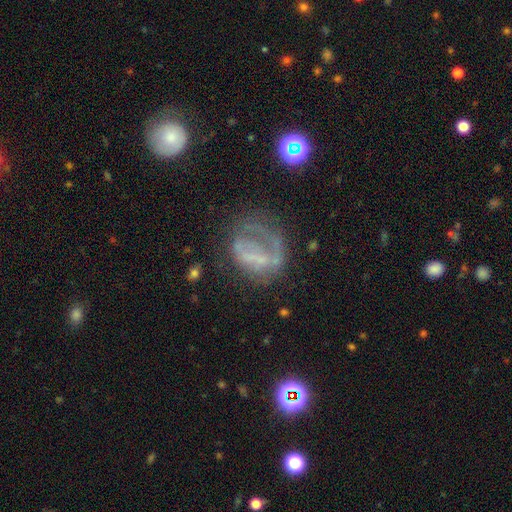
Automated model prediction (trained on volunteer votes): smooth-or-featured: featured or disk: 61% | smooth: 24% | star or artifact: 16%
  disk-edge-on: no: 97% | yes: 3%
    bar: no: 58% | weak: 27% | strong: 15%
    has-spiral-arms: no: 57% | yes: 43%
    bulge-size: none: 64% | small: 22% | moderate: 10% | large: 3% | dominant: 1%
  merging: major disturbance: 41% | none: 36% | minor disturbance: 20% | merger: 4%